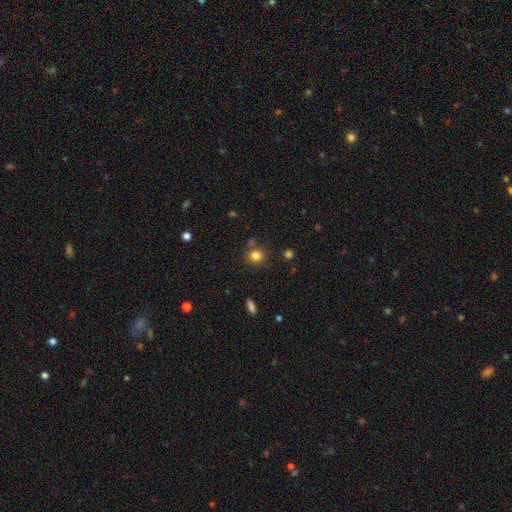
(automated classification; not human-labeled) This appears to be a smooth galaxy with no disk features (81%) that is round (86%). Merging: none (77%).